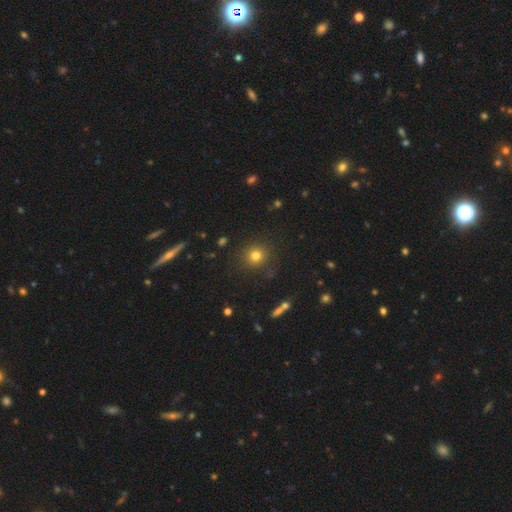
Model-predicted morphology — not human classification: smooth-or-featured: smooth: 78% | star or artifact: 16% | featured or disk: 7%
  how-rounded: round: 90% | in between: 9% | cigar-shaped: 1%
  merging: none: 86% | minor disturbance: 8% | major disturbance: 3% | merger: 2%